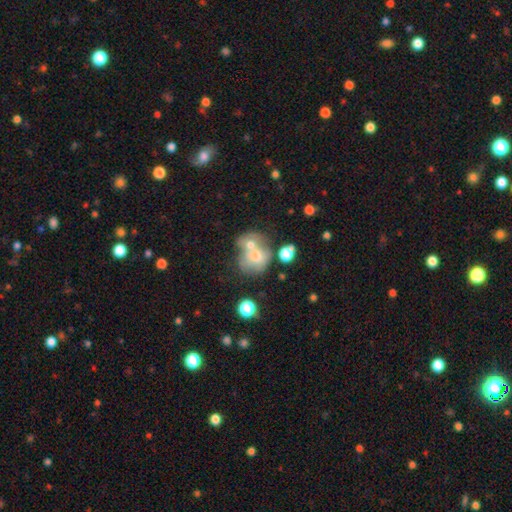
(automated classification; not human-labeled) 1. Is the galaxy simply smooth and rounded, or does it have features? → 57% smooth, 32% featured or disk, 11% star or artifact.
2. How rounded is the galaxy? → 68% round, 31% in between, 1% cigar-shaped.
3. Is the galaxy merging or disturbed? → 63% merger, 21% none, 9% minor disturbance, 7% major disturbance.